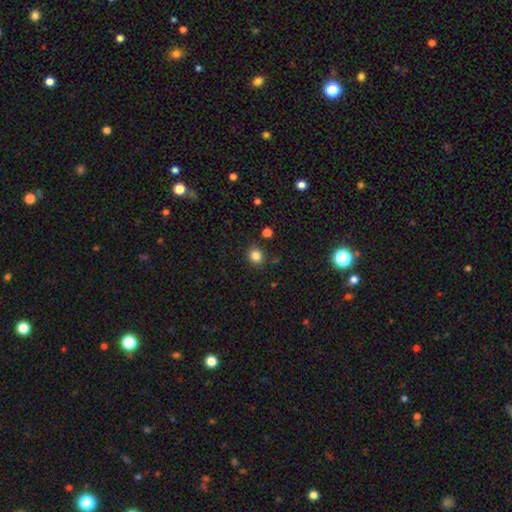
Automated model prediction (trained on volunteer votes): A smooth galaxy with no disk features (82%) that is round (77%). Merging: none (86%).